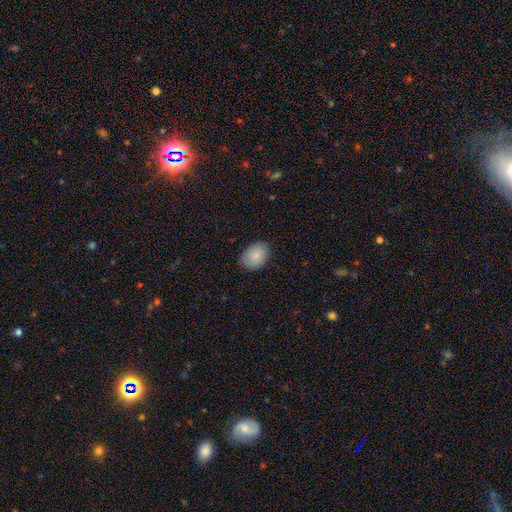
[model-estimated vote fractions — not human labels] Overall: smooth (87%). How rounded: in between (82%). Merging: none (84%).